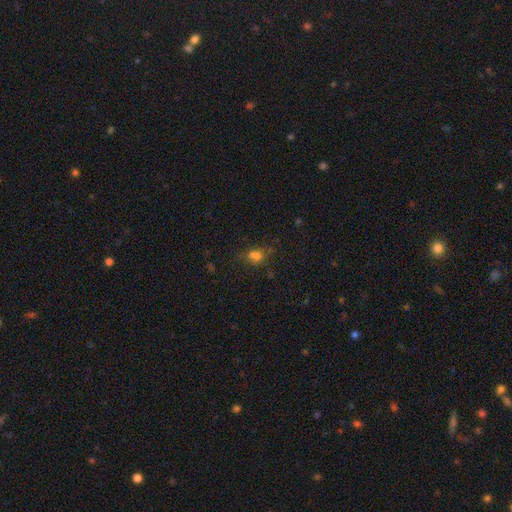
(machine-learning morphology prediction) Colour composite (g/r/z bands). It shows a smooth galaxy with no disk features (63%) that is in between round and cigar-shaped (51%). Merging: none (53%).